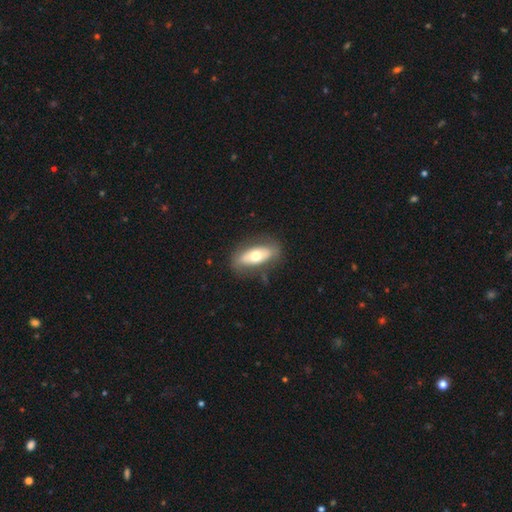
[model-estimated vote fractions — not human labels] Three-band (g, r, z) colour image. It shows a smooth galaxy with no disk features (56%) that is in between round and cigar-shaped (82%). Merging: none (78%).